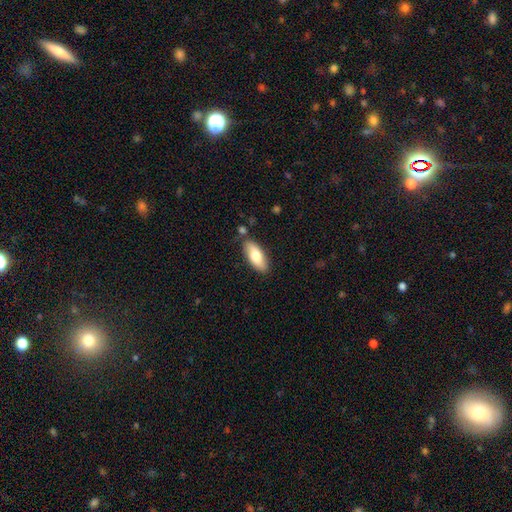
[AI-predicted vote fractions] Smooth or featured?
  - smooth: 74% *
  - featured or disk: 20%
  - star or artifact: 6%
How rounded?
  - in between: 80% *
  - cigar-shaped: 18%
  - round: 2%
Merging?
  - none: 82% *
  - minor disturbance: 12%
  - merger: 4%
  - major disturbance: 2%